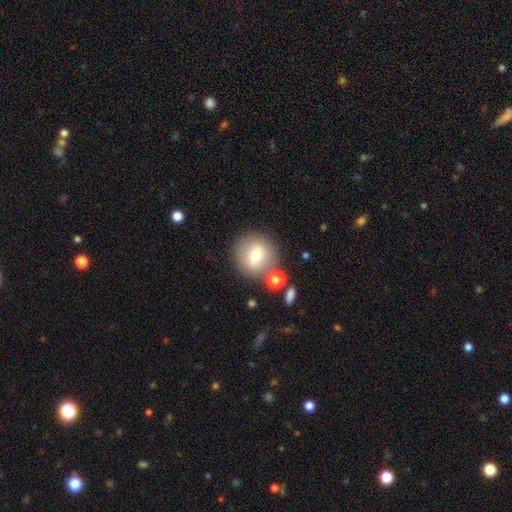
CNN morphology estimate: smooth 71%, featured or disk 21%, star or artifact 9%. Down the decision tree: how rounded — round (89%); merging — none (76%).